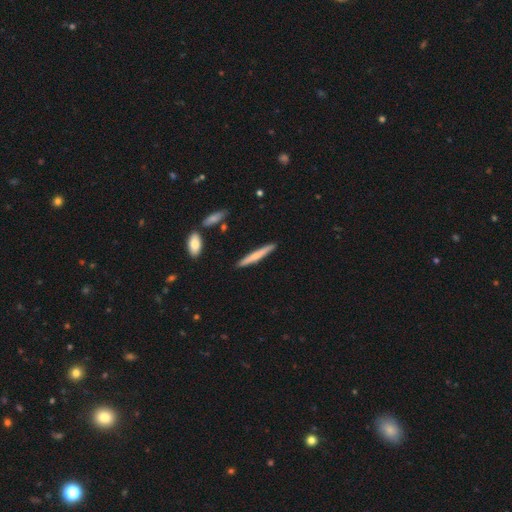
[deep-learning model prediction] This appears to be a smooth galaxy with no disk features (60%) that is cigar-shaped (95%). Merging: none (90%).